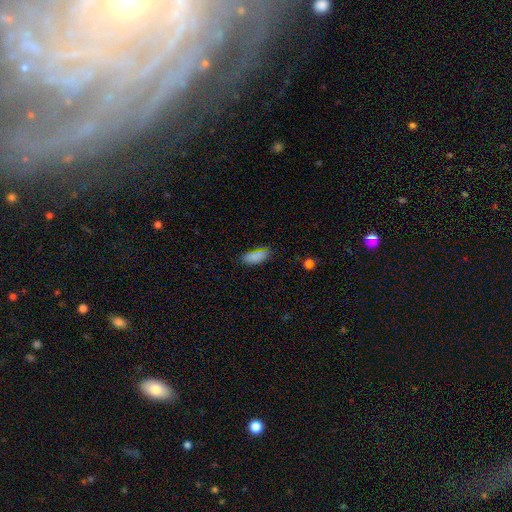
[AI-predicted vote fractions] Overall: smooth (86%). How rounded: in between (81%). Merging: none (71%).